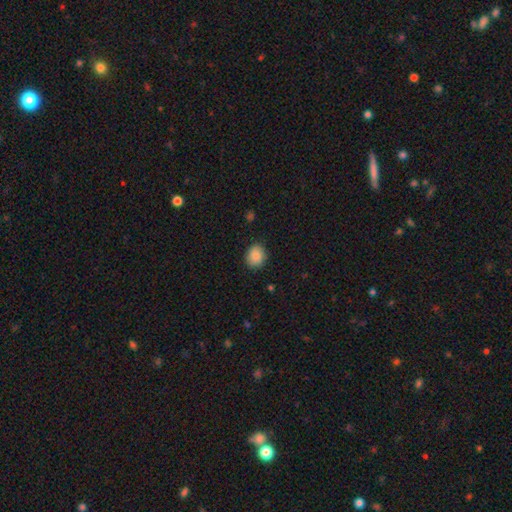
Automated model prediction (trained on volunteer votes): A smooth galaxy with no disk features (87%) that is round (60%). Merging: none (86%).